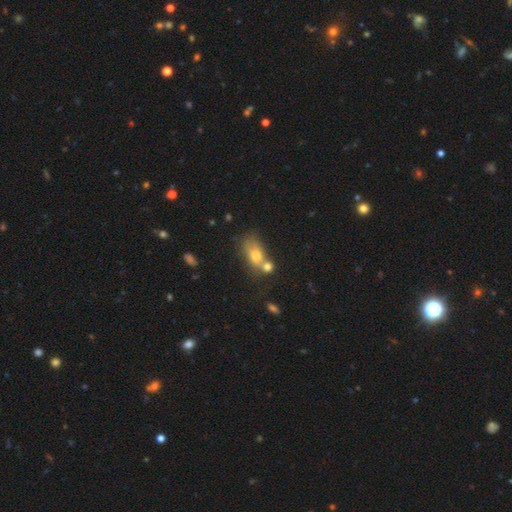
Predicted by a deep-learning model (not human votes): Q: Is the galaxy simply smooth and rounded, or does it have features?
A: smooth — 67%.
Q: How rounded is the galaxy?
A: in between — 74%.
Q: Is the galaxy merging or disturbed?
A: merger — 43%.